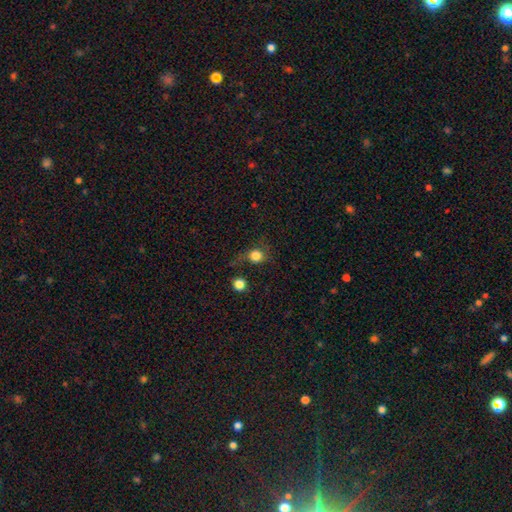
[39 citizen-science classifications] smooth 90%, featured or disk 8%, star or artifact 3%. Down the decision tree: how rounded — round (71%); merging — none (45%).